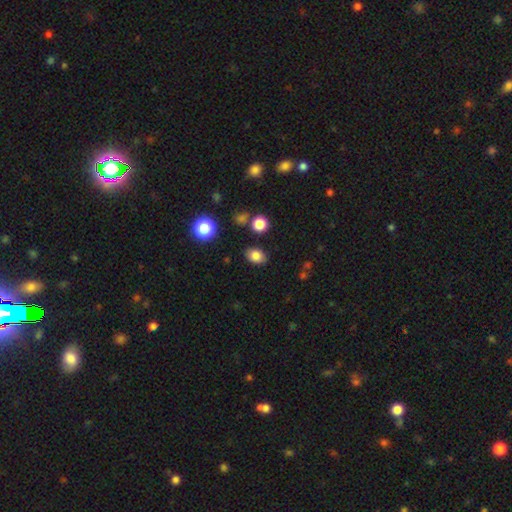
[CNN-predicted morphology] Smooth or featured?
  - smooth: 83% *
  - star or artifact: 11%
  - featured or disk: 7%
How rounded?
  - in between: 74% *
  - round: 24%
  - cigar-shaped: 1%
Merging?
  - none: 84% *
  - minor disturbance: 10%
  - merger: 3%
  - major disturbance: 3%